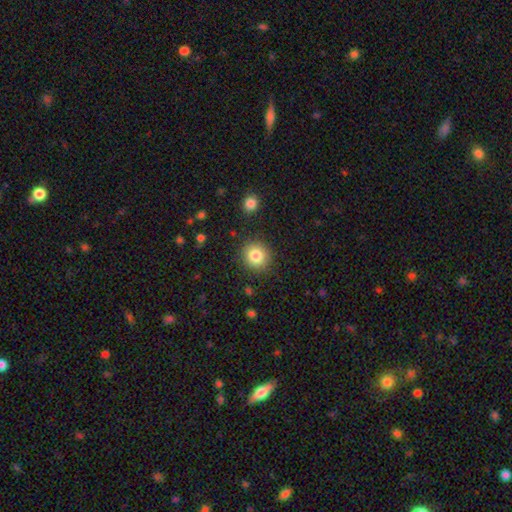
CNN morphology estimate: Smooth or featured? smooth (84%)
How rounded? round (86%)
Merging? none (88%)